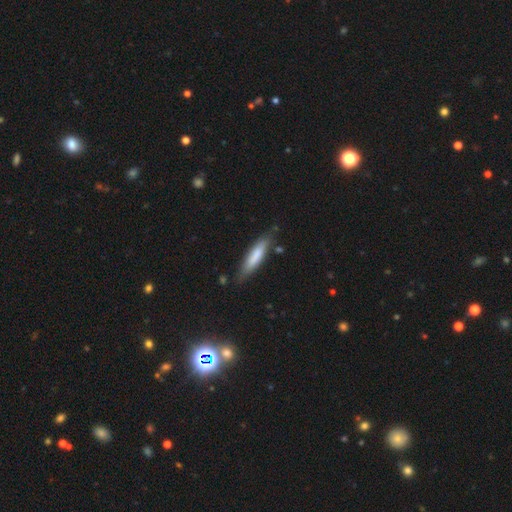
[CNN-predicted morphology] Smooth or featured?
  - smooth: 72% *
  - featured or disk: 22%
  - star or artifact: 6%
How rounded?
  - cigar-shaped: 78% *
  - in between: 21%
  - round: 1%
Merging?
  - none: 76% *
  - minor disturbance: 18%
  - major disturbance: 4%
  - merger: 3%